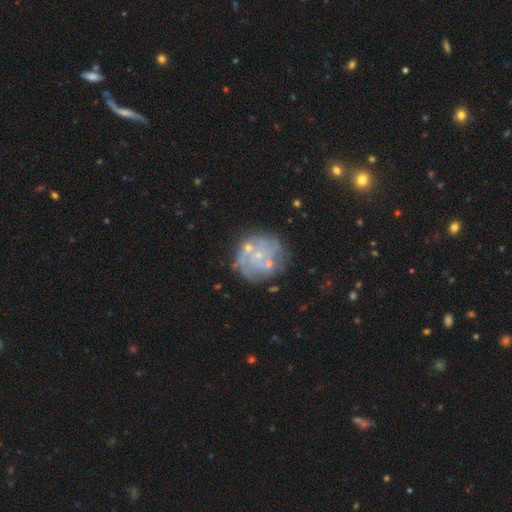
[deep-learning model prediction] This is likely a featured or disk galaxy (70%). It is clearly not viewed edge-on (98%). Bar: clearly no (85%). Spiral arm pattern: likely yes (62%). Central bulge: likely small (76%). Merging: likely none (63%).